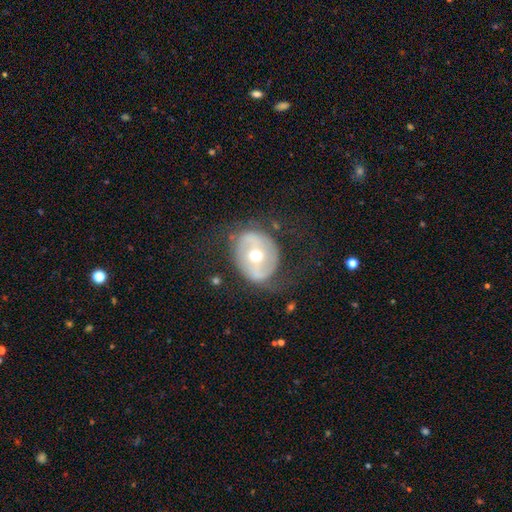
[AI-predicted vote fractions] Smooth or featured? Predicted: featured or disk (p=0.64). Edge-on disk? Predicted: no (p=0.95). Bar? Predicted: no (p=0.44). Spiral arms? Predicted: no (p=0.51). Bulge size? Predicted: moderate (p=0.71). Merging? Predicted: none (p=0.61).